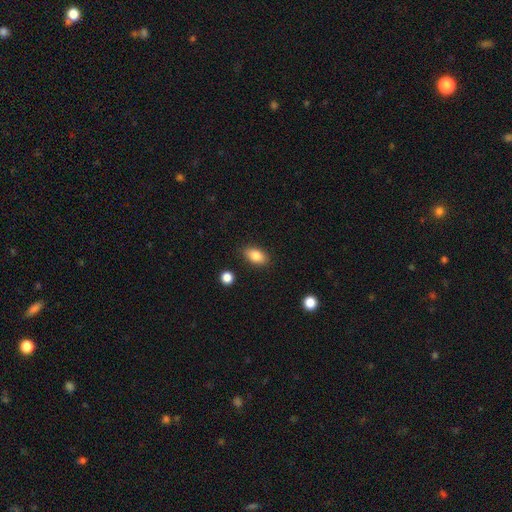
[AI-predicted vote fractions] This appears to be a smooth galaxy with no disk features (86%) that is in between round and cigar-shaped (89%). Merging: none (86%).